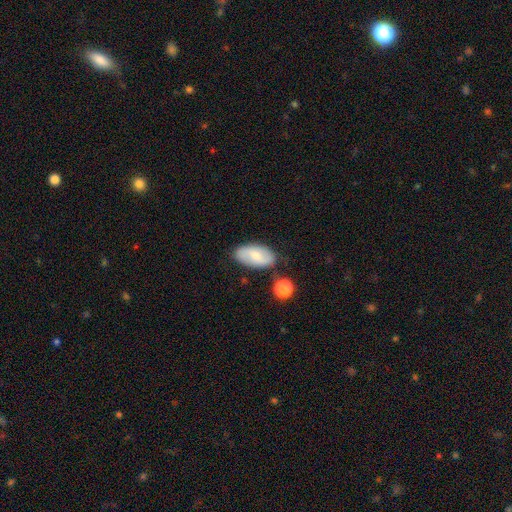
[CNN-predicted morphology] Overall: smooth (55%; featured or disk 38%). How rounded: in between (93%). Merging: none (77%).